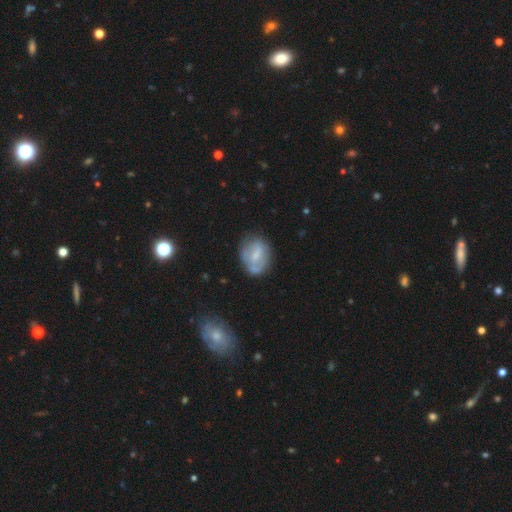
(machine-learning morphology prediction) A smooth galaxy with no disk features (50%) that is in between round and cigar-shaped (67%).

Vote fractions:
- Smooth or featured? smooth: 50% / featured or disk: 42% / star or artifact: 8%
- How rounded? in between: 67% / round: 32% / cigar-shaped: 2%
- Merging? none: 60% / minor disturbance: 25% / major disturbance: 9% / merger: 5%